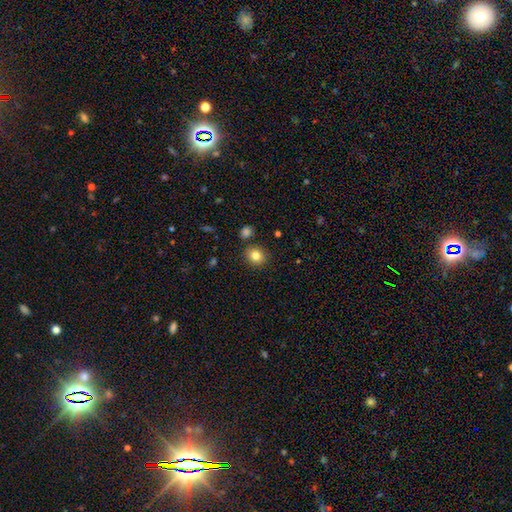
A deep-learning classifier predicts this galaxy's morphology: Smooth or featured: smooth — 83% (star or artifact — 11%)
How rounded: round — 74% (in between — 25%)
Merging: none — 86% (minor disturbance — 8%)